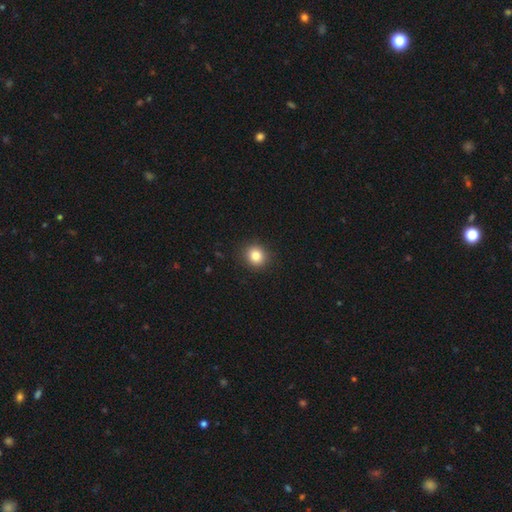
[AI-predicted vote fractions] The model was most divided on "how rounded": round: 85%, in between: 14%, cigar-shaped: 1%. More confident: merging — none (91%); smooth or featured — smooth (84%).